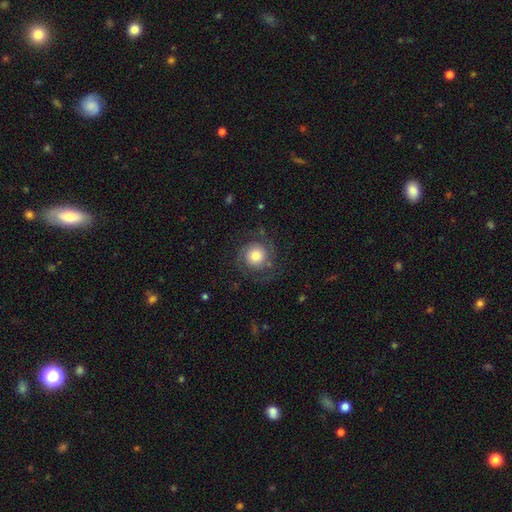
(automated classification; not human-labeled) Morphology: type=featured or disk (59%); edge-on=no (98%); bar=no (83%); spiral arms=yes (89%); winding=tight (44%); arm count=2 (79%); bulge=moderate (42%); merging=none (76%).